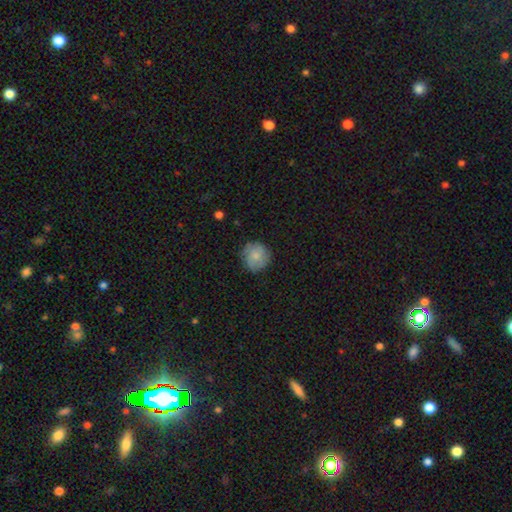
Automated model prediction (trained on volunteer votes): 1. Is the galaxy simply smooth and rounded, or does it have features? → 71% smooth, 22% featured or disk, 7% star or artifact.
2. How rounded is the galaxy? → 91% round, 8% in between, 1% cigar-shaped.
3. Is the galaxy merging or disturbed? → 80% none, 16% minor disturbance, 4% major disturbance, 1% merger.